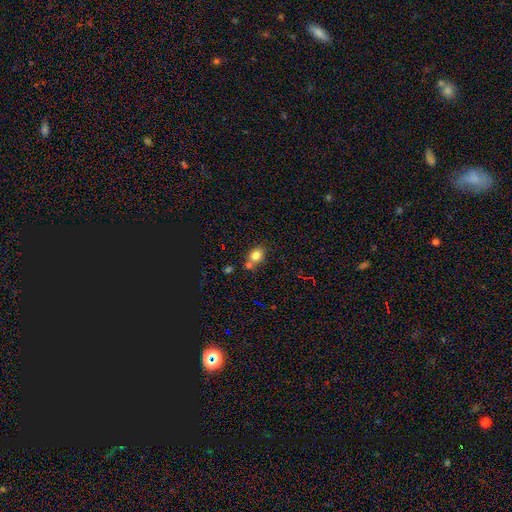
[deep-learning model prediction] This is clearly a smooth galaxy (81%). How rounded: possibly round (53%). Merging: possibly none (56%).